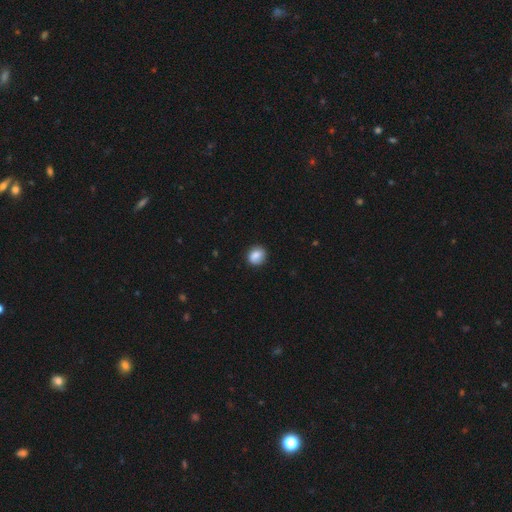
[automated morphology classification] A smooth galaxy with no disk features (82%) that is round (70%).

Vote fractions:
- Smooth or featured? smooth: 82% / featured or disk: 10% / star or artifact: 8%
- How rounded? round: 70% / in between: 29% / cigar-shaped: 1%
- Merging? none: 82% / minor disturbance: 14% / major disturbance: 3% / merger: 1%